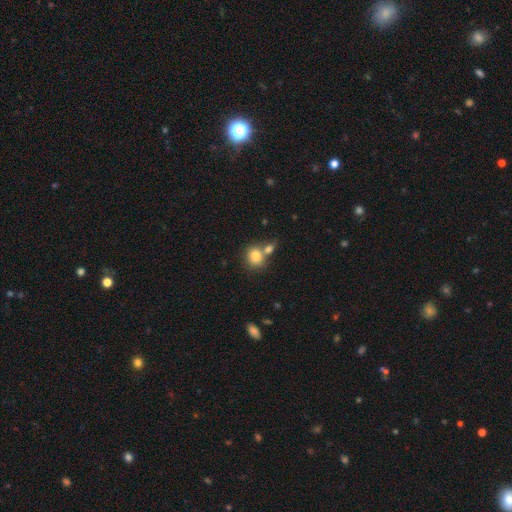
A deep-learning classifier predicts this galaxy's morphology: Smooth or featured? smooth (81%)
How rounded? round (65%)
Merging? none (45%)